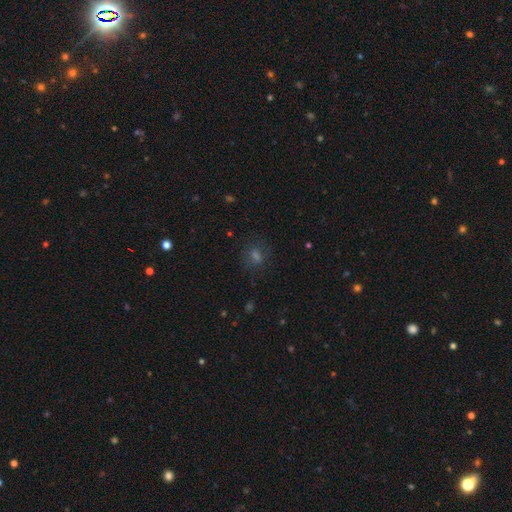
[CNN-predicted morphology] This is possibly a smooth galaxy (52%). How rounded: likely round (66%). Merging: likely none (78%).